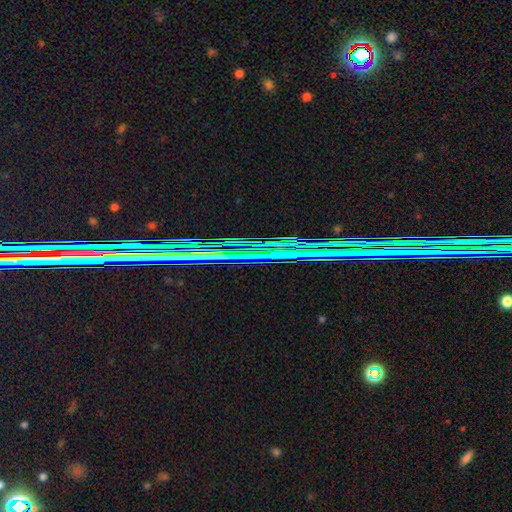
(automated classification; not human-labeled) A star or artifact, not a galaxy (76%).

Vote fractions:
- Smooth or featured? star or artifact: 76% / featured or disk: 15% / smooth: 9%